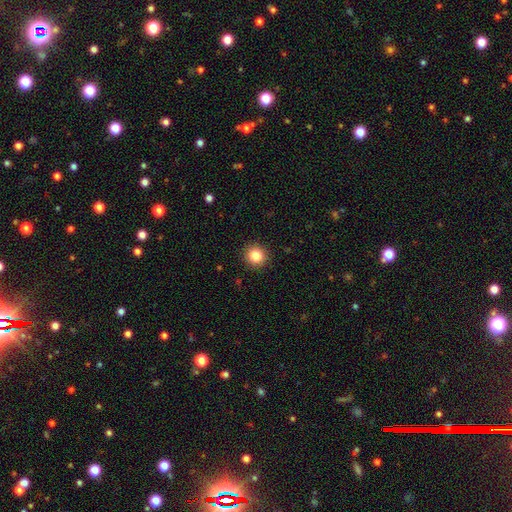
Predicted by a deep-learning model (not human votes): Smooth or featured? smooth (85%)
How rounded? round (94%)
Merging? none (92%)